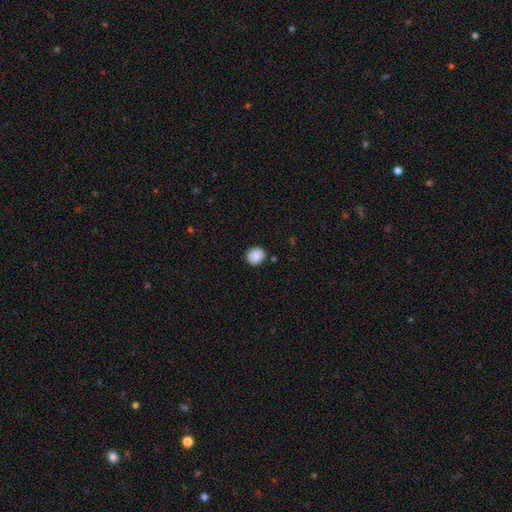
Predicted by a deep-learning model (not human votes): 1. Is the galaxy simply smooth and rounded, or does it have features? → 89% smooth, 8% star or artifact, 3% featured or disk.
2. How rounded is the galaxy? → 79% round, 20% in between, 1% cigar-shaped.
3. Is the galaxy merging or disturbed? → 86% none, 10% minor disturbance, 2% merger, 2% major disturbance.